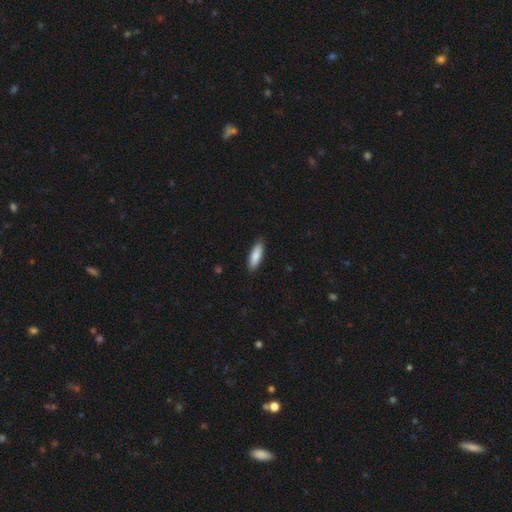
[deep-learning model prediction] This appears to be a smooth galaxy with no disk features (86%) that is in between round and cigar-shaped (57%). Merging: none (87%).